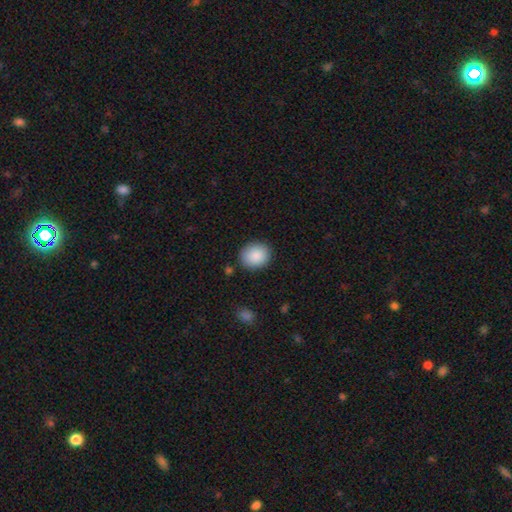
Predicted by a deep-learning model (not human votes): smooth_or_featured: smooth (p=0.88) [alt: star or artifact p=0.07]
how_rounded: round (p=0.68) [alt: in between p=0.31]
merging: none (p=0.87) [alt: minor disturbance p=0.09]